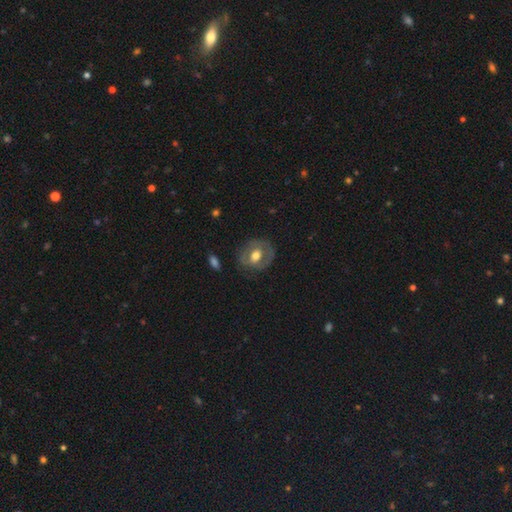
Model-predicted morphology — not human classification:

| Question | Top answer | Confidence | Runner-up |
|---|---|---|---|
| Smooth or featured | featured or disk | 53% | smooth (41%) |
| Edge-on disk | no | 95% | yes (5%) |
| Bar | no | 62% | weak (28%) |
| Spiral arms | no | 75% | yes (25%) |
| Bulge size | moderate | 68% | large (22%) |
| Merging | none | 73% | minor disturbance (18%) |